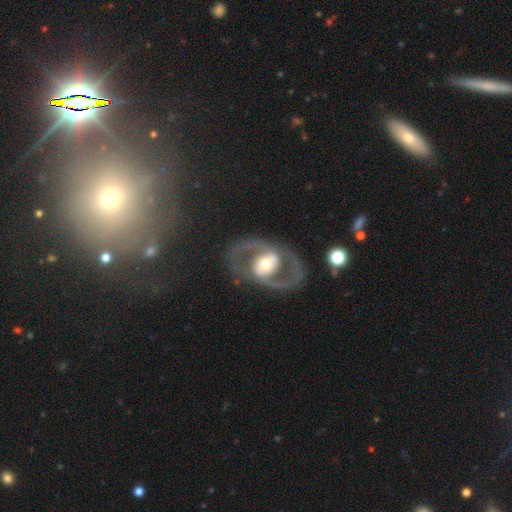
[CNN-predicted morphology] This is clearly a featured or disk galaxy (84%). It is clearly not viewed edge-on (96%). Bar: marginally no (40%). Spiral arm pattern: clearly yes (81%). Spiral arm count: clearly 2 (90%). Spiral winding: possibly medium (56%). Central bulge: likely moderate (64%). Merging: likely none (78%).